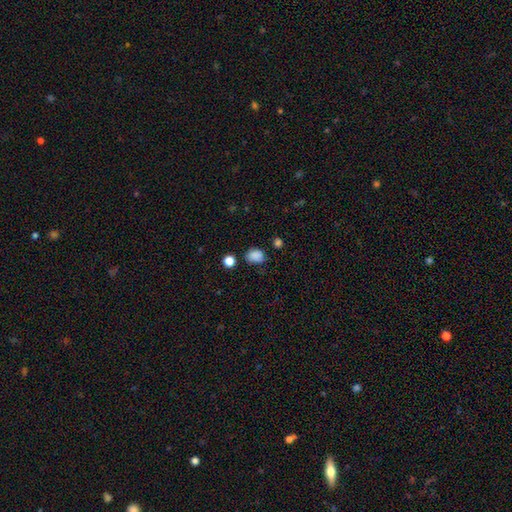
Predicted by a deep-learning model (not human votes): The model was most divided on "how rounded": in between: 58%, round: 41%, cigar-shaped: 1%. More confident: smooth or featured — smooth (84%); merging — none (69%).